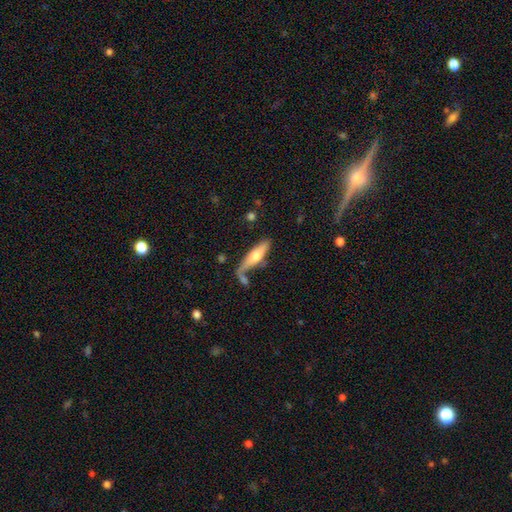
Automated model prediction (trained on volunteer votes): Smooth or featured?
  - smooth: 56% *
  - featured or disk: 38%
  - star or artifact: 6%
How rounded?
  - cigar-shaped: 66% *
  - in between: 32%
  - round: 2%
Merging?
  - none: 53% *
  - merger: 20%
  - minor disturbance: 19%
  - major disturbance: 9%